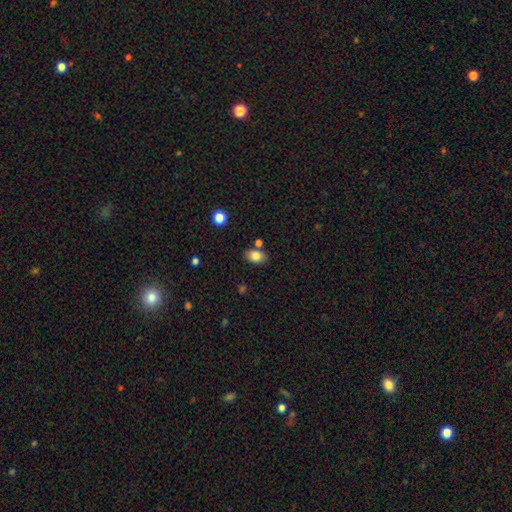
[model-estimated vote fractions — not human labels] Q: Smooth or featured?
A: smooth (83%); runner-up: star or artifact (9%)
Q: How rounded?
A: in between (80%); runner-up: round (18%)
Q: Merging?
A: none (76%); runner-up: minor disturbance (12%)